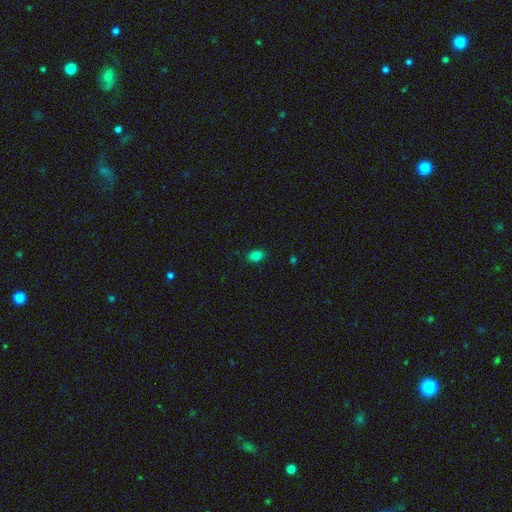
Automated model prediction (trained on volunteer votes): This appears to be a smooth galaxy with no disk features (82%) that is in between round and cigar-shaped (84%). Merging: none (86%).